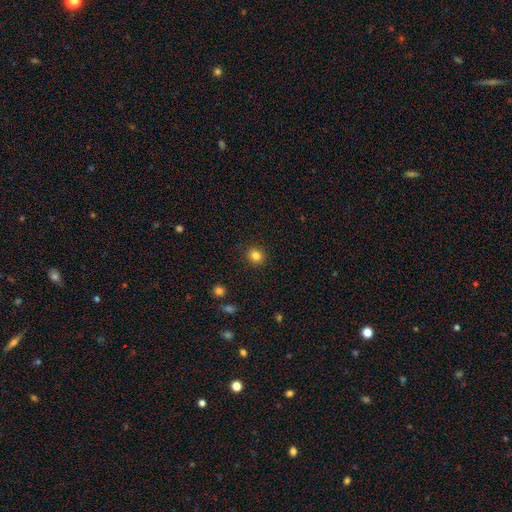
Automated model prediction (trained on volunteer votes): Overall: smooth (83%). How rounded: round (86%). Merging: none (91%).